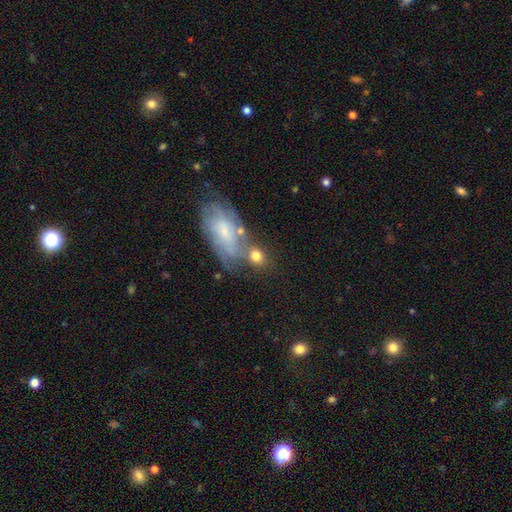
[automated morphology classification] smooth 61%, featured or disk 28%, star or artifact 11%. Down the decision tree: how rounded — round (58%); merging — none (54%).